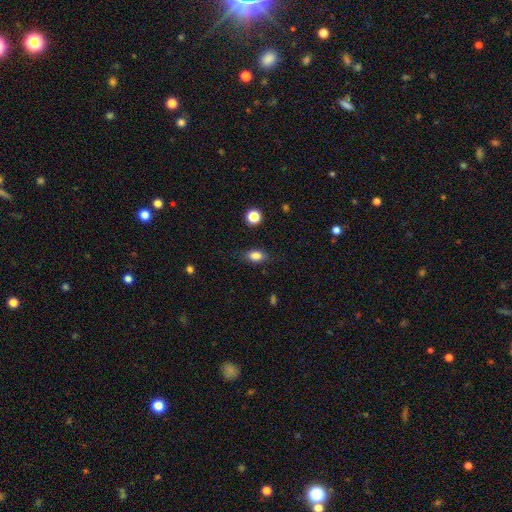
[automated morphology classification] Q: Smooth or featured?
A: smooth (84%); runner-up: star or artifact (10%)
Q: How rounded?
A: in between (81%); runner-up: round (13%)
Q: Merging?
A: none (82%); runner-up: minor disturbance (13%)